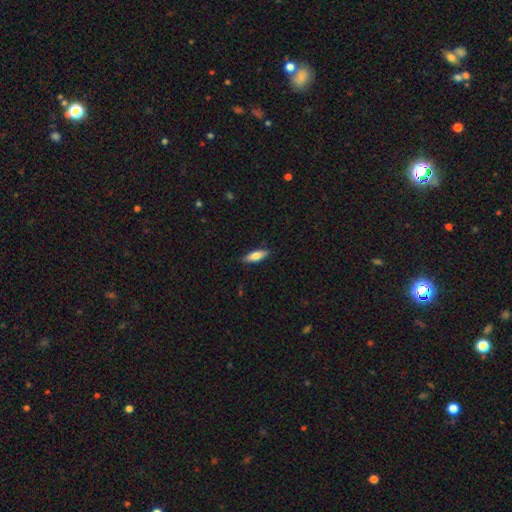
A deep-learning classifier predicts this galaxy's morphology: Smooth or featured: smooth — 73% (featured or disk — 20%)
How rounded: in between — 54% (cigar-shaped — 44%)
Merging: none — 85% (minor disturbance — 12%)